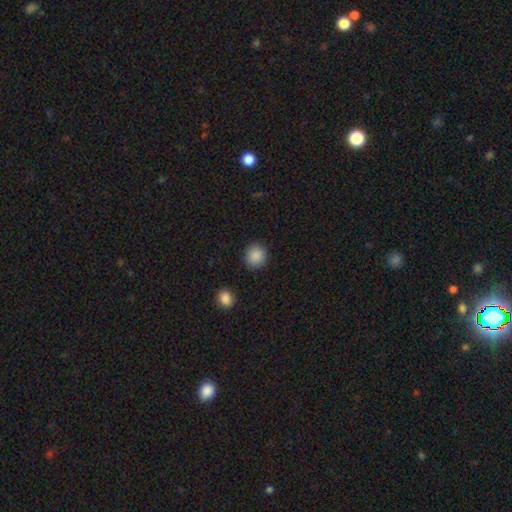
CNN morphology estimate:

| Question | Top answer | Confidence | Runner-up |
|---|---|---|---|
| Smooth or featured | smooth | 89% | star or artifact (8%) |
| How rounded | round | 88% | in between (11%) |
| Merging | none | 90% | minor disturbance (7%) |